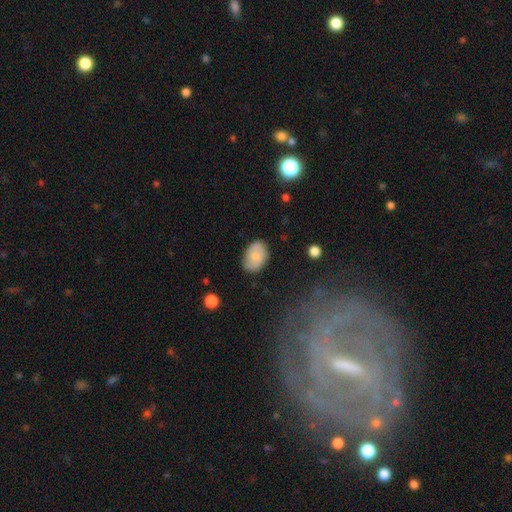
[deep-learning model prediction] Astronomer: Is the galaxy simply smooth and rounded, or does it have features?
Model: smooth — 69%.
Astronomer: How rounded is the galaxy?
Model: in between — 85%.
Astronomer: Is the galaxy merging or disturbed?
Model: none — 78%.